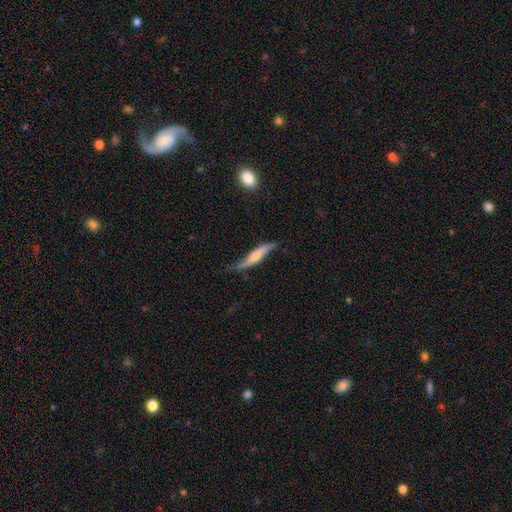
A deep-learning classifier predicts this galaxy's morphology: Smooth or featured: featured or disk — 59% (smooth — 35%)
Edge-on disk: yes — 71% (no — 29%)
Merging: none — 56% (minor disturbance — 30%)